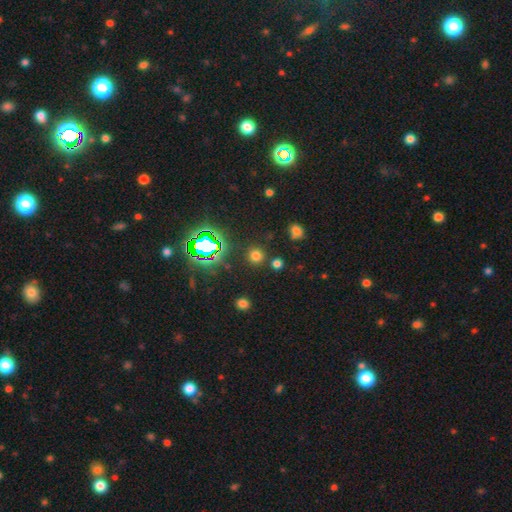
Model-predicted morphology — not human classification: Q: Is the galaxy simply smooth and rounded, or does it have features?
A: smooth — 64%.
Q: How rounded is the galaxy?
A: round — 93%.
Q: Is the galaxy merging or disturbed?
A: none — 86%.